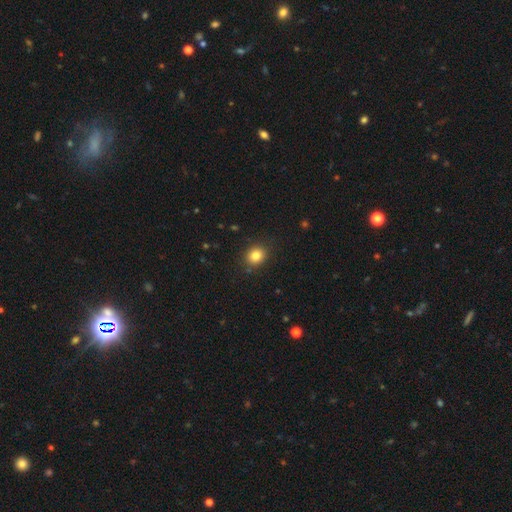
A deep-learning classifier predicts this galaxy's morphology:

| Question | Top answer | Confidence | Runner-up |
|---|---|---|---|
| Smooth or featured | smooth | 83% | star or artifact (11%) |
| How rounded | round | 70% | in between (29%) |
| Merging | none | 88% | minor disturbance (8%) |